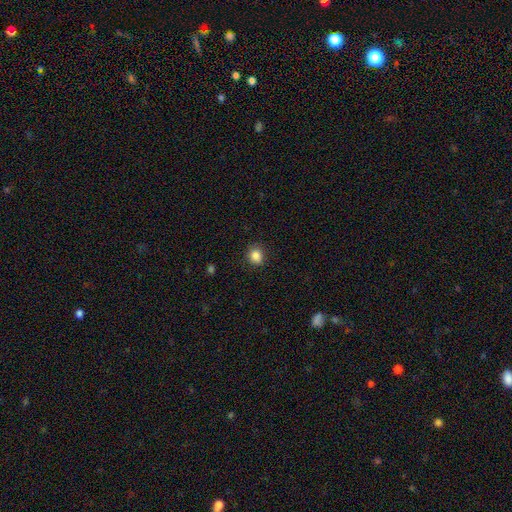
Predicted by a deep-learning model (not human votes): This is clearly a smooth galaxy (85%). How rounded: likely round (75%). Merging: clearly none (85%).